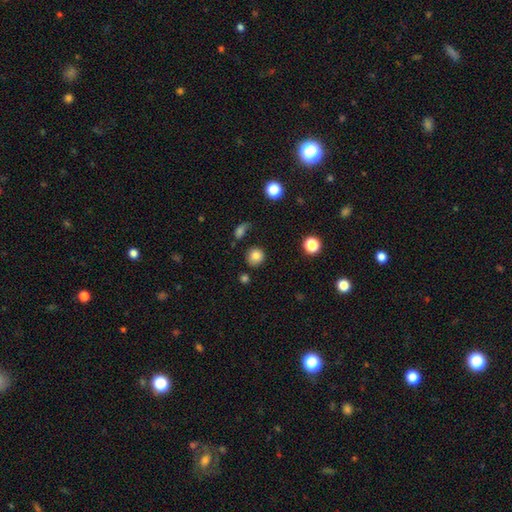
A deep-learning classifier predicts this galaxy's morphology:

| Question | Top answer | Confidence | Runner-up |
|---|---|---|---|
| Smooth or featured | smooth | 82% | star or artifact (11%) |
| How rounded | round | 89% | in between (10%) |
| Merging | none | 79% | minor disturbance (13%) |